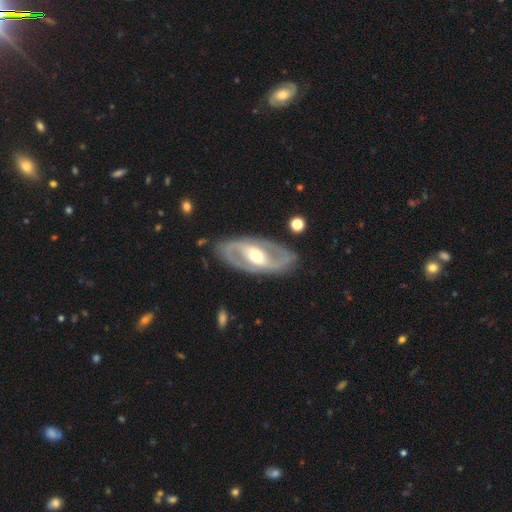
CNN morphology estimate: type=featured or disk (84%); edge-on=no (94%); bar=weak (37%); spiral arms=yes (80%); winding=medium (50%); arm count=2 (88%); bulge=moderate (68%); merging=none (84%).